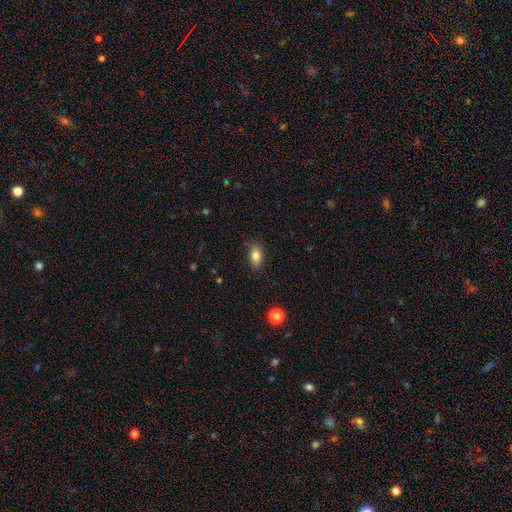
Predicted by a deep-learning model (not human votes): Smooth or featured? Predicted: smooth (p=0.84). How rounded? Predicted: in between (p=0.87). Merging? Predicted: none (p=0.83).